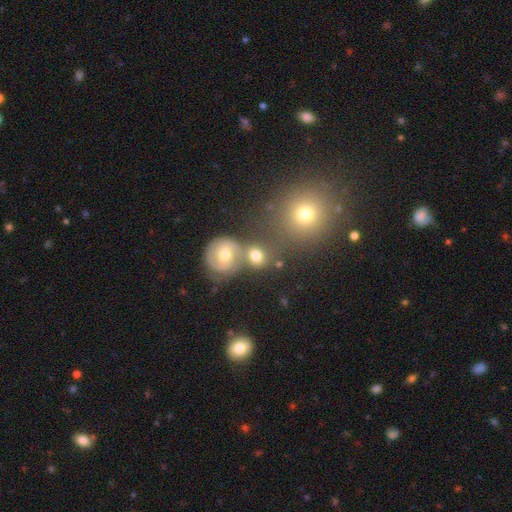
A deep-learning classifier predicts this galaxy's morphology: A smooth galaxy with no disk features (60%) that is round (68%).

Vote fractions:
- Smooth or featured? smooth: 60% / featured or disk: 28% / star or artifact: 13%
- How rounded? round: 68% / in between: 30% / cigar-shaped: 2%
- Merging? none: 51% / merger: 32% / minor disturbance: 11% / major disturbance: 6%